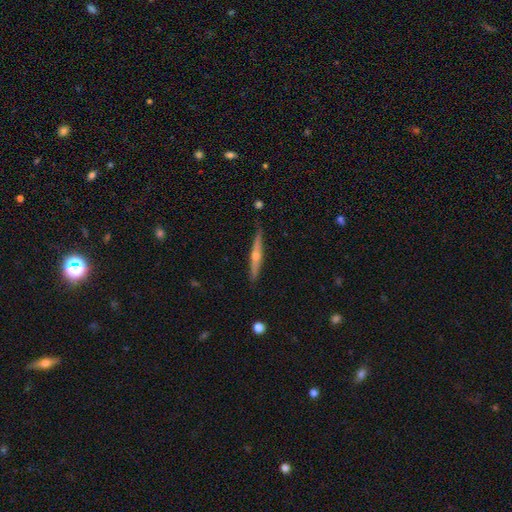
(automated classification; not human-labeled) This is likely a featured or disk galaxy (69%). It is clearly viewed edge-on (97%). Edge-on bulge: clearly rounded (89%). Merging: clearly none (86%).